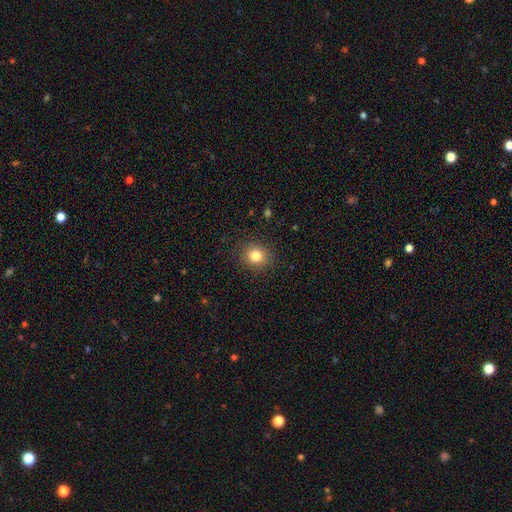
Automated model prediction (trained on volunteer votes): Smooth or featured: smooth — 81% (star or artifact — 12%)
How rounded: round — 78% (in between — 21%)
Merging: none — 89% (minor disturbance — 8%)